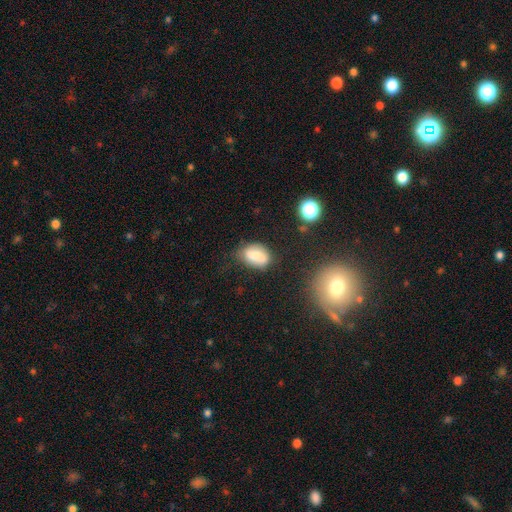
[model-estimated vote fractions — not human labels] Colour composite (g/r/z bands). It shows a smooth galaxy with no disk features (73%) that is in between round and cigar-shaped (81%). Merging: none (61%).